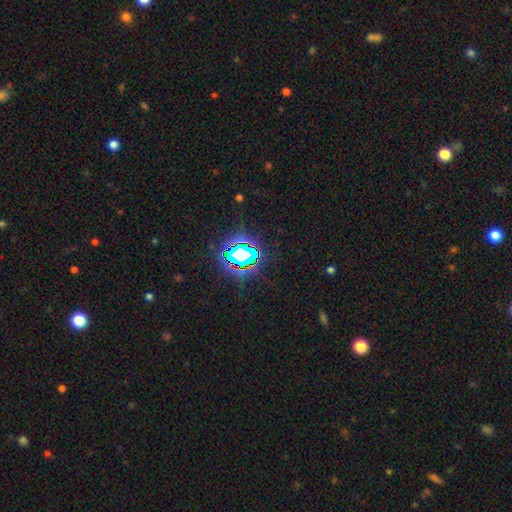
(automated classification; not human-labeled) Overall: star or artifact (83%).